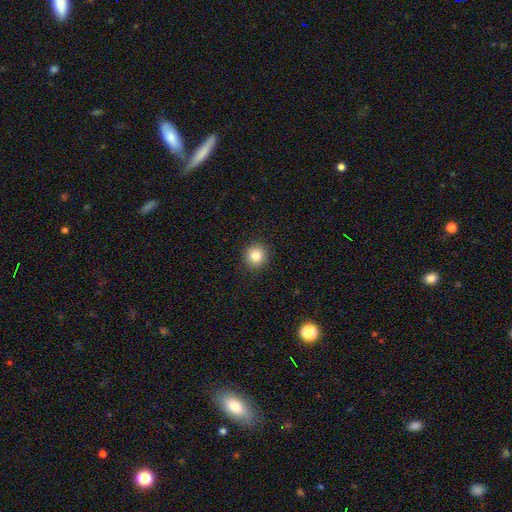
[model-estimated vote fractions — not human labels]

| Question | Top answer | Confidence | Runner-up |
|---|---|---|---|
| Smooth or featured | smooth | 83% | star or artifact (11%) |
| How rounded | round | 93% | in between (6%) |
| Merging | none | 92% | minor disturbance (5%) |